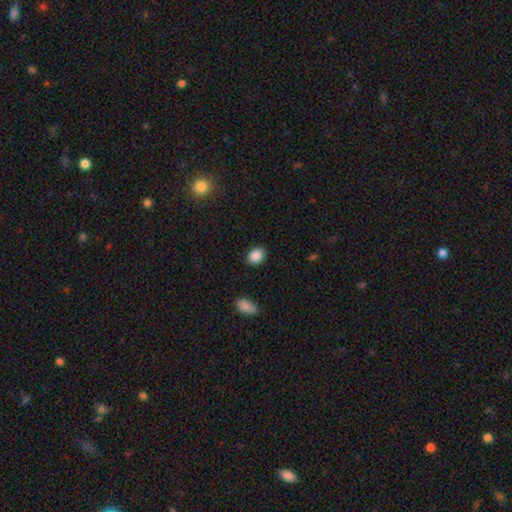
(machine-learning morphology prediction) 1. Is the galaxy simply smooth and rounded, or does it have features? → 88% smooth, 8% star or artifact, 3% featured or disk.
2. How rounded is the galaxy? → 51% in between, 48% round, 1% cigar-shaped.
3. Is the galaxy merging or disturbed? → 88% none, 8% minor disturbance, 2% major disturbance, 2% merger.